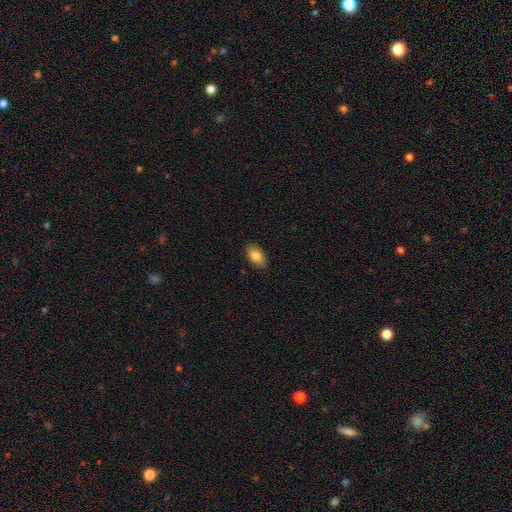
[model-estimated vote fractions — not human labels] Morphology: type=smooth (85%); roundness=in between (92%); merging=none (87%).